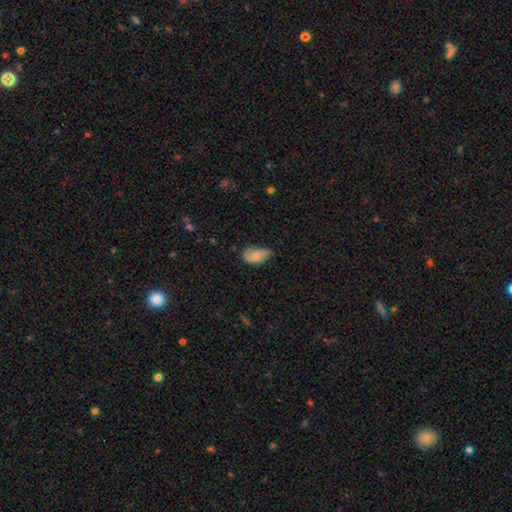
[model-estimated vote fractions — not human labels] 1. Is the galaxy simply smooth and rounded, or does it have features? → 75% smooth, 18% featured or disk, 8% star or artifact.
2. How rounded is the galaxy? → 92% in between, 6% round, 2% cigar-shaped.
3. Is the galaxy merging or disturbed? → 46% minor disturbance, 40% none, 12% major disturbance, 2% merger.